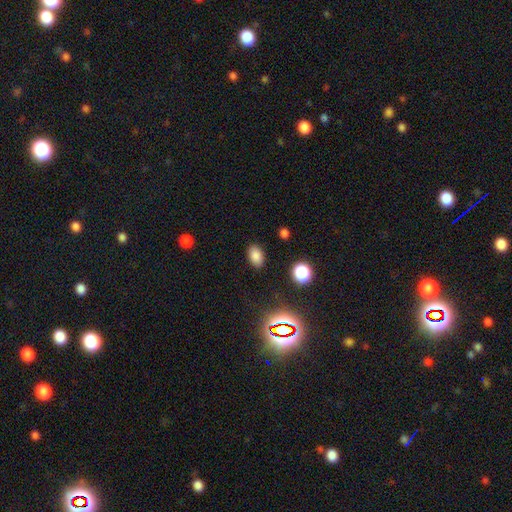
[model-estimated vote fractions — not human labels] smooth 82%, star or artifact 13%, featured or disk 5%. Down the decision tree: how rounded — in between (87%); merging — none (87%).